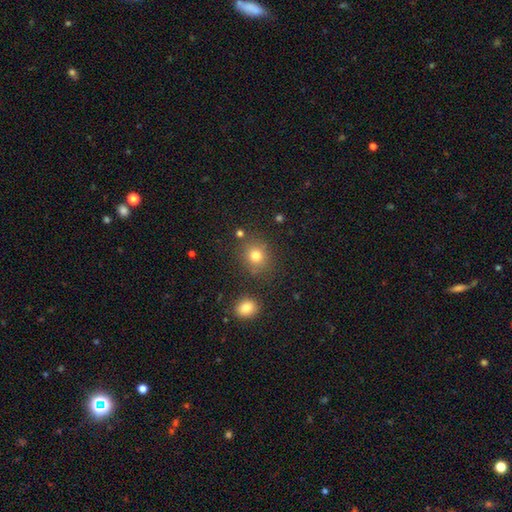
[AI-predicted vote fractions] This is likely a smooth galaxy (78%). How rounded: clearly round (80%). Merging: clearly none (80%).